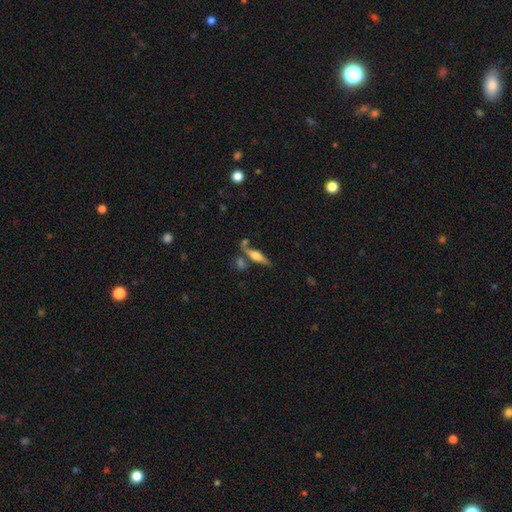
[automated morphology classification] smooth-or-featured: featured or disk: 58% | smooth: 34% | star or artifact: 8%
  disk-edge-on: yes: 93% | no: 7%
    edge-on-bulge: rounded: 88% | boxy: 8% | none: 3%
  merging: none: 66% | merger: 16% | minor disturbance: 13% | major disturbance: 5%